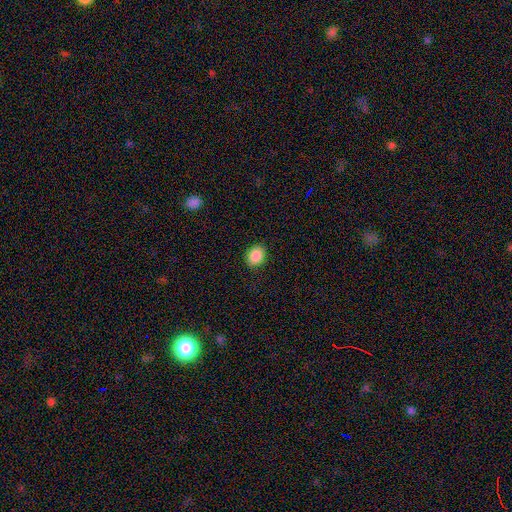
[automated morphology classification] A smooth galaxy with no disk features (88%) that is round (51%). Merging: none (88%).